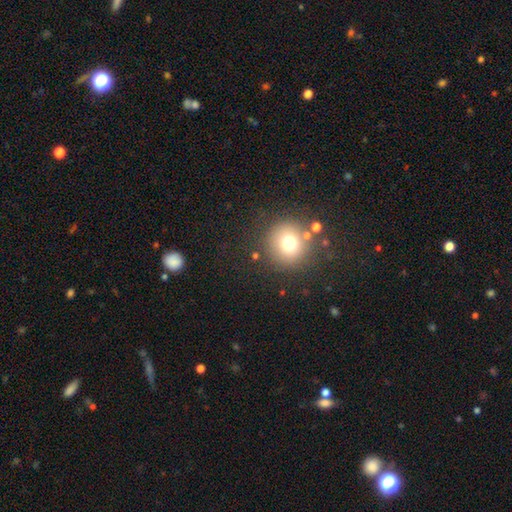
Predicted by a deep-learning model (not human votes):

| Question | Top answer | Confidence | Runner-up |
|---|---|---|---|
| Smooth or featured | smooth | 71% | star or artifact (18%) |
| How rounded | round | 92% | in between (7%) |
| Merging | none | 82% | minor disturbance (9%) |